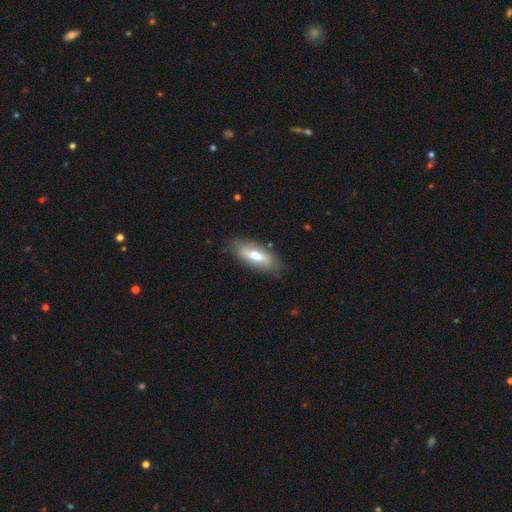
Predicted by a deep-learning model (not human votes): Smooth or featured? Predicted: smooth (p=0.66). How rounded? Predicted: in between (p=0.75). Merging? Predicted: none (p=0.80).